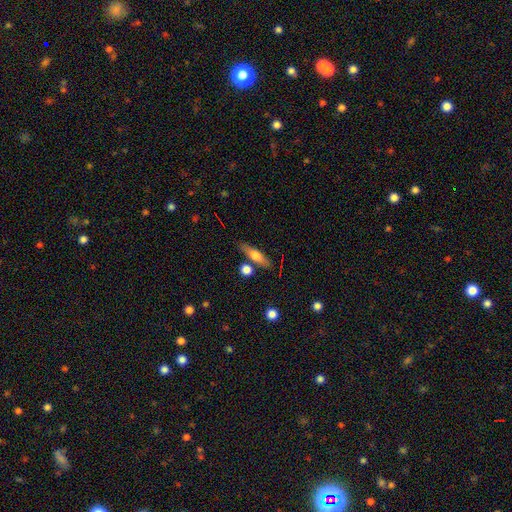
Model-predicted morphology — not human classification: Smooth or featured: smooth — 55% (featured or disk — 37%)
How rounded: cigar-shaped — 66% (in between — 29%)
Merging: none — 77% (minor disturbance — 12%)